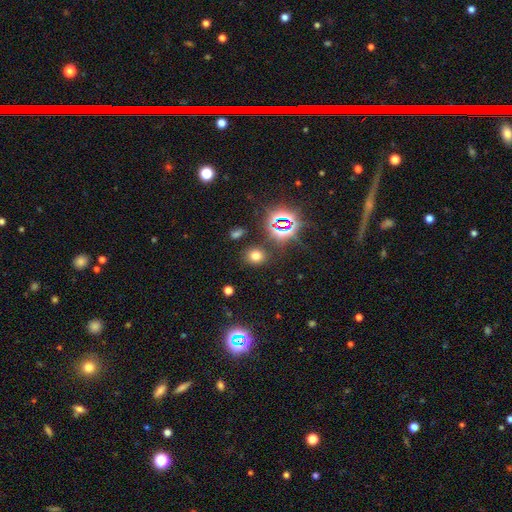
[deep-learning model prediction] Smooth or featured?
  - smooth: 65% *
  - star or artifact: 27%
  - featured or disk: 7%
How rounded?
  - round: 65% *
  - in between: 34%
  - cigar-shaped: 1%
Merging?
  - none: 84% *
  - minor disturbance: 9%
  - merger: 4%
  - major disturbance: 4%